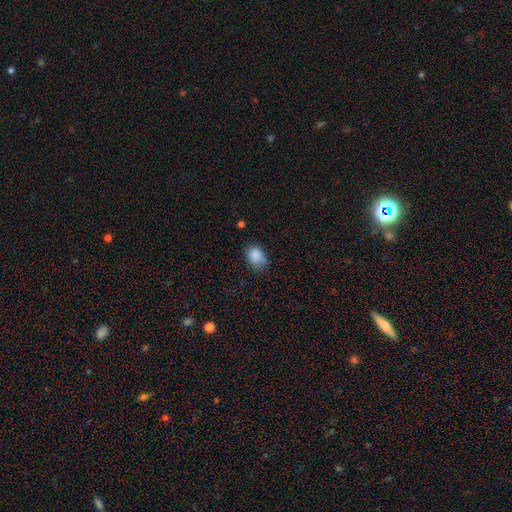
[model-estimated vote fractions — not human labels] A smooth galaxy with no disk features (85%) that is in between round and cigar-shaped (59%). Merging: none (59%).